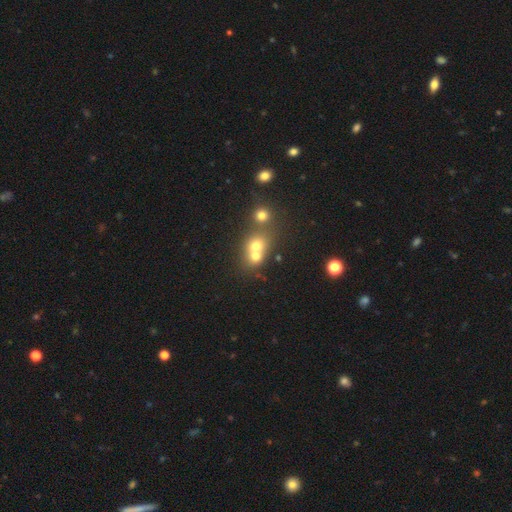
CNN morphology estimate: Smooth or featured? smooth (66%)
How rounded? round (68%)
Merging? merger (64%)